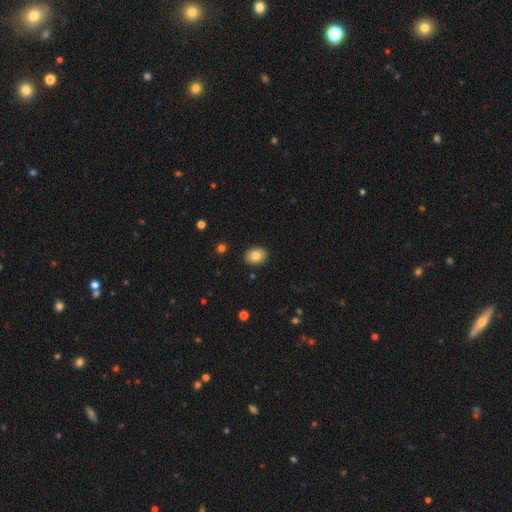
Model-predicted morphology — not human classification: Smooth or featured?
  - smooth: 83% *
  - star or artifact: 9%
  - featured or disk: 8%
How rounded?
  - round: 51% *
  - in between: 48%
  - cigar-shaped: 1%
Merging?
  - none: 90% *
  - minor disturbance: 7%
  - major disturbance: 2%
  - merger: 1%